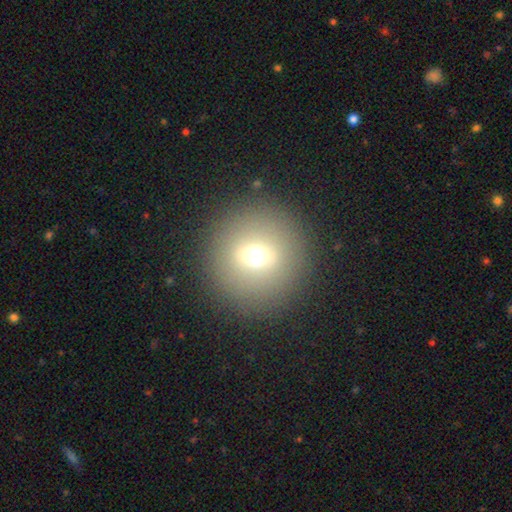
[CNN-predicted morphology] Smooth or featured? smooth (65%)
How rounded? round (95%)
Merging? none (91%)